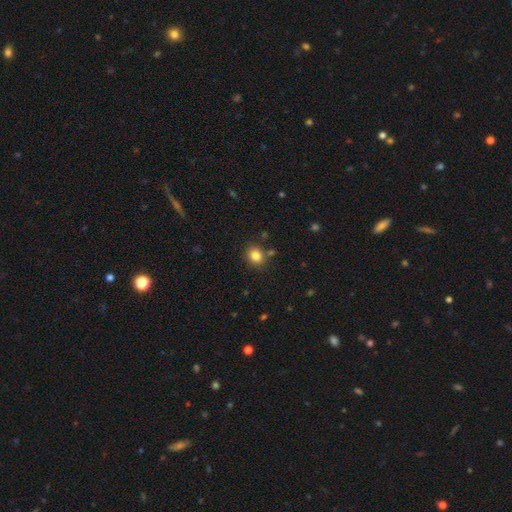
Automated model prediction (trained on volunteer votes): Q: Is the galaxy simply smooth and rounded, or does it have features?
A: smooth — 83%.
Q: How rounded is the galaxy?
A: round — 62%.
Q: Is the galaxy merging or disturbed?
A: none — 82%.